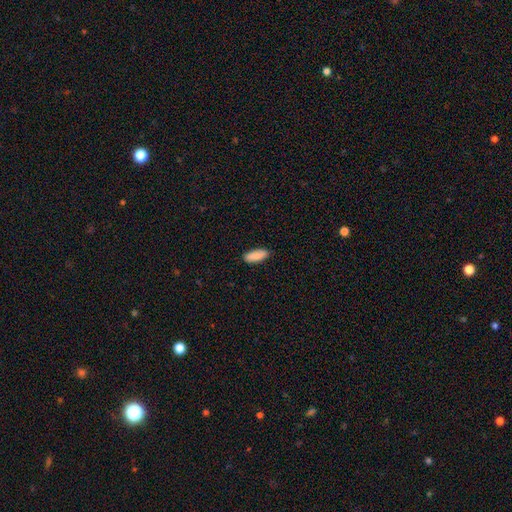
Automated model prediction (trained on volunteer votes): smooth_or_featured: smooth (p=0.87) [alt: featured or disk p=0.07]
how_rounded: in between (p=0.76) [alt: cigar-shaped p=0.22]
merging: none (p=0.89) [alt: minor disturbance p=0.08]